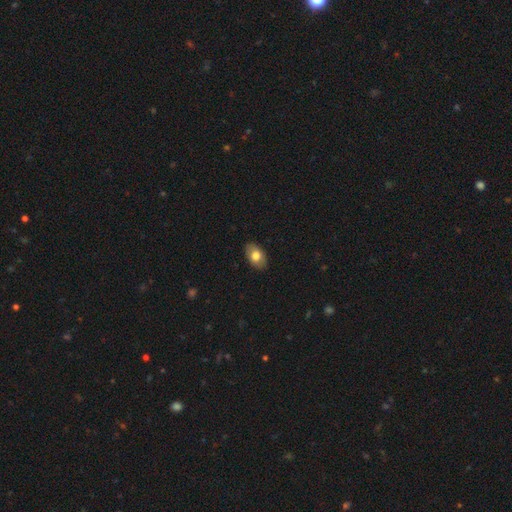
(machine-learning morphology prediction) Smooth or featured? smooth (77%)
How rounded? in between (90%)
Merging? none (86%)